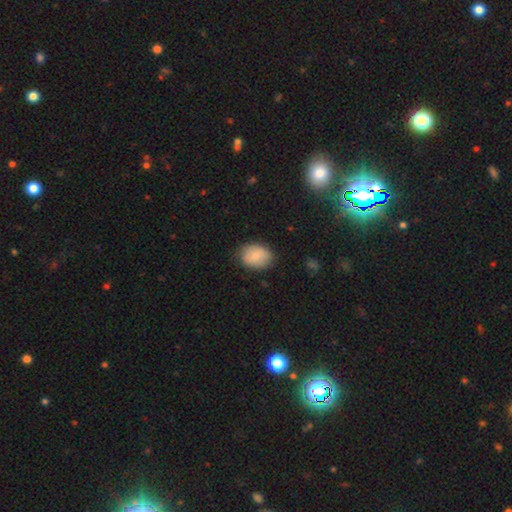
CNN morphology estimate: smooth-or-featured: smooth: 81% | featured or disk: 12% | star or artifact: 7%
  how-rounded: in between: 66% | round: 33% | cigar-shaped: 1%
  merging: none: 78% | minor disturbance: 18% | major disturbance: 4% | merger: 1%